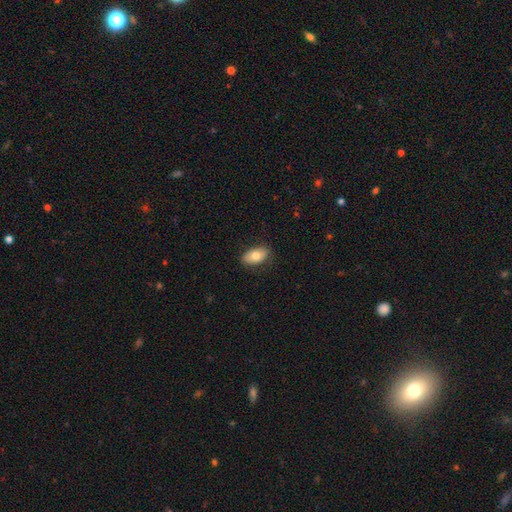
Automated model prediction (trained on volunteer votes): Smooth or featured? smooth (75%)
How rounded? in between (92%)
Merging? none (84%)